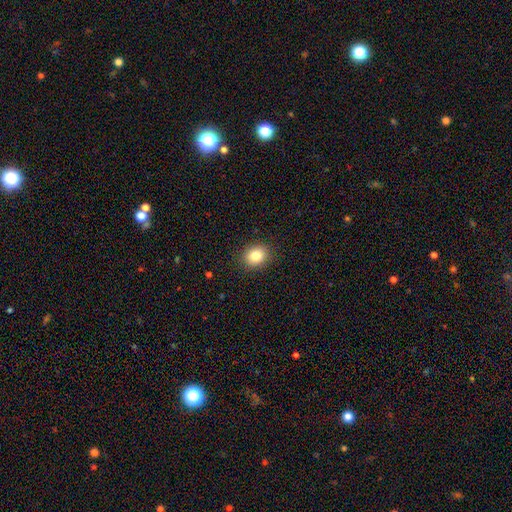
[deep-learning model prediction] smooth-or-featured: smooth: 83% | star or artifact: 10% | featured or disk: 7%
  how-rounded: round: 61% | in between: 39% | cigar-shaped: 1%
  merging: none: 90% | minor disturbance: 7% | major disturbance: 2% | merger: 1%